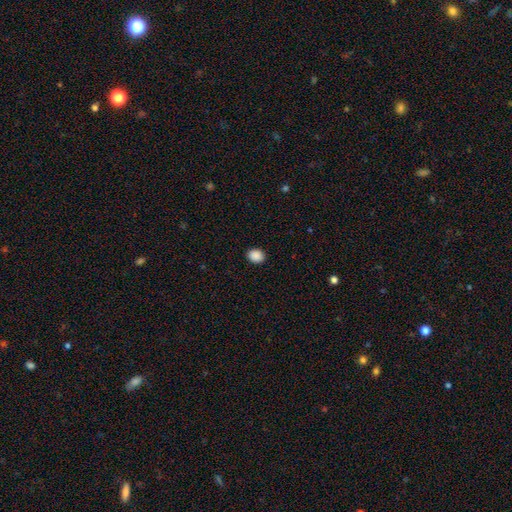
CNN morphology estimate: This appears to be a smooth galaxy with no disk features (89%) that is in between round and cigar-shaped (56%). Merging: none (91%).